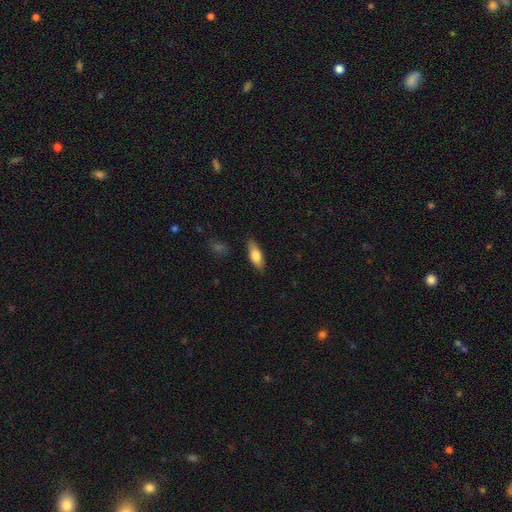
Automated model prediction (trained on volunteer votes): Smooth or featured? smooth (76%)
How rounded? in between (69%)
Merging? none (85%)